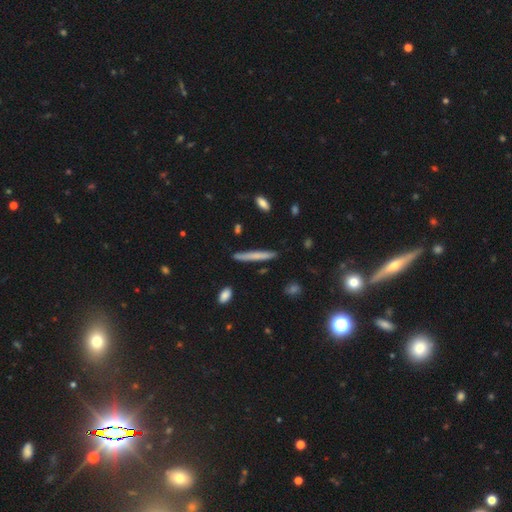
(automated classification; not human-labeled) Q: Smooth or featured?
A: smooth (64%); runner-up: featured or disk (28%)
Q: How rounded?
A: cigar-shaped (95%); runner-up: in between (3%)
Q: Merging?
A: none (88%); runner-up: minor disturbance (9%)